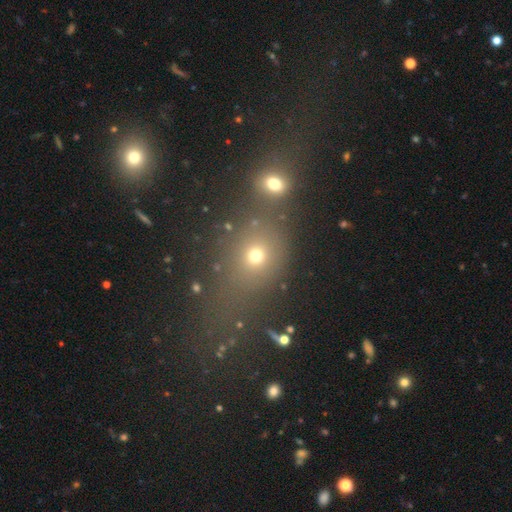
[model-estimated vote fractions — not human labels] Smooth or featured? Predicted: smooth (p=0.67). How rounded? Predicted: round (p=0.58). Merging? Predicted: none (p=0.60).